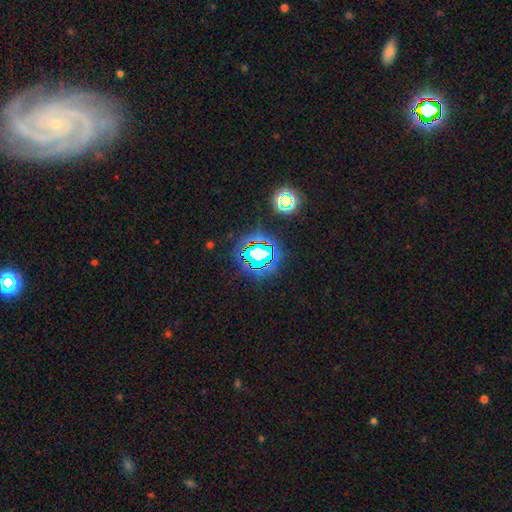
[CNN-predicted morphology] star or artifact 74%, smooth 16%, featured or disk 10%.